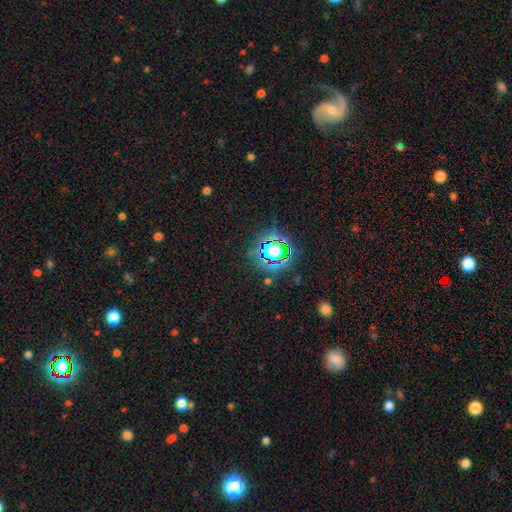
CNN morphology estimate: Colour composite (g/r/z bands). It shows a star or artifact, not a galaxy (72%).